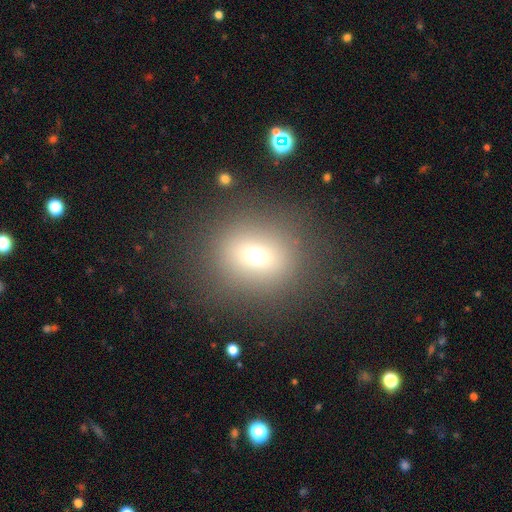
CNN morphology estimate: Smooth or featured: smooth — 65% (star or artifact — 19%)
How rounded: round — 75% (in between — 24%)
Merging: none — 83% (minor disturbance — 9%)